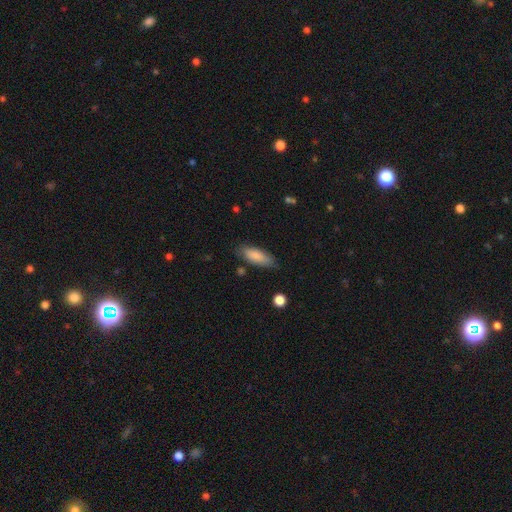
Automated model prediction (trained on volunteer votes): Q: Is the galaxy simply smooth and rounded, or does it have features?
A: smooth — 85%.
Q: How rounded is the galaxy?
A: in between — 62%.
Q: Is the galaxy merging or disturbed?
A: none — 81%.